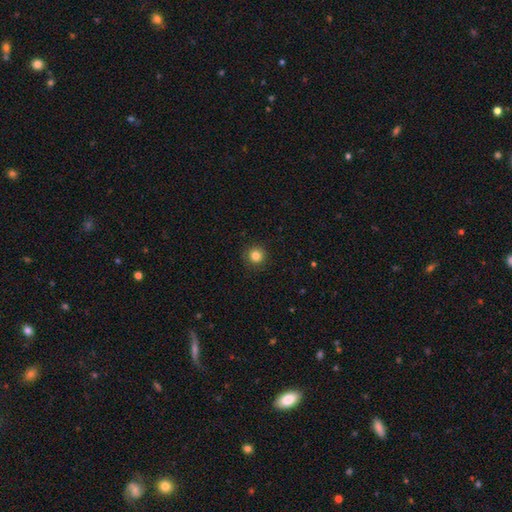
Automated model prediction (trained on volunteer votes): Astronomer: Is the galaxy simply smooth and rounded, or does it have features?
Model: smooth — 83%.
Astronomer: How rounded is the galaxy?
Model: round — 95%.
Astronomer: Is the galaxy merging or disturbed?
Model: none — 90%.